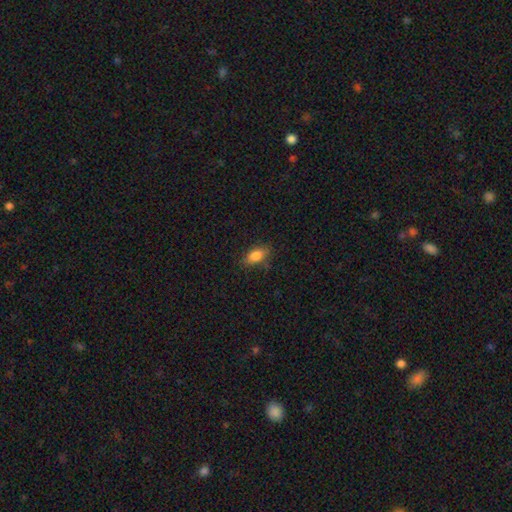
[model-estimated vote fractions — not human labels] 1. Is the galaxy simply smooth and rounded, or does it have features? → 84% smooth, 9% star or artifact, 7% featured or disk.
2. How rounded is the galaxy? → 87% in between, 8% cigar-shaped, 5% round.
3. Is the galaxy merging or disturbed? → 79% none, 16% minor disturbance, 4% major disturbance, 1% merger.